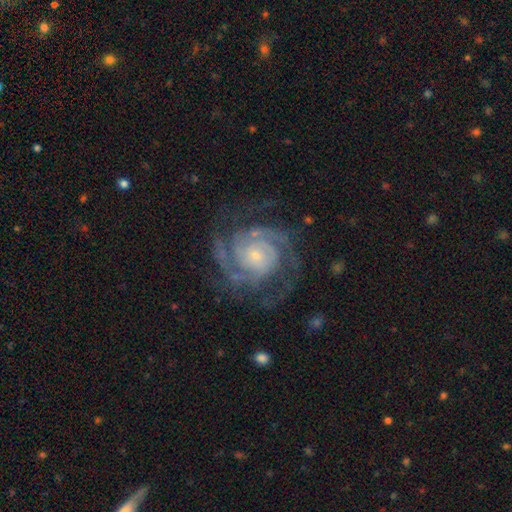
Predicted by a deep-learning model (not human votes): Smooth or featured? featured or disk (91%)
Edge-on disk? no (98%)
Bar? no (71%)
Spiral arms? yes (98%)
Spiral winding? tight (65%)
Spiral arm count? 2 (37%)
Bulge size? small (78%)
Merging? none (74%)